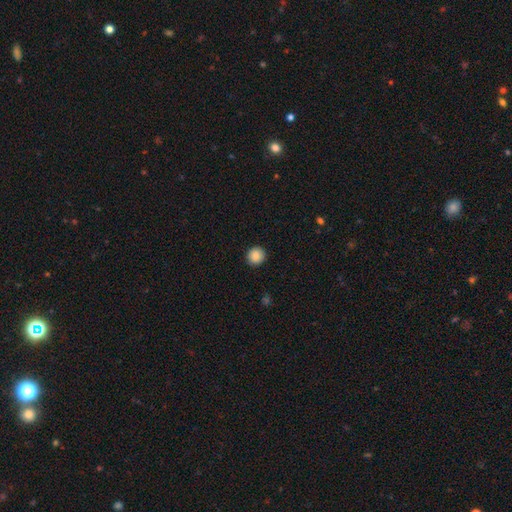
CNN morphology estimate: smooth_or_featured: smooth (p=0.88) [alt: star or artifact p=0.09]
how_rounded: round (p=0.93) [alt: in between p=0.06]
merging: none (p=0.91) [alt: minor disturbance p=0.06]